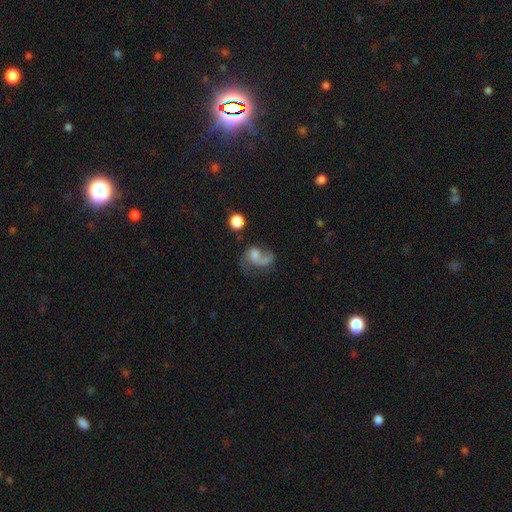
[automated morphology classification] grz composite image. It shows a featured or disk galaxy (62%) with no bar (65%), 1 (51%) loose (55%) spiral arms (85%) and a small central bulge (34%). Merging: none (40%).